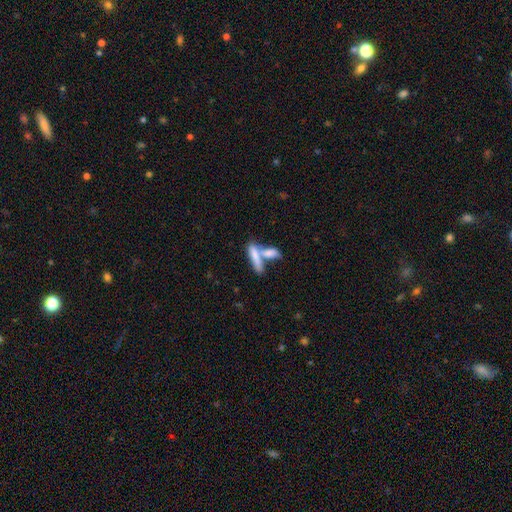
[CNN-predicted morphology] Smooth or featured? Predicted: smooth (p=0.72). How rounded? Predicted: cigar-shaped (p=0.63). Merging? Predicted: merger (p=0.56).